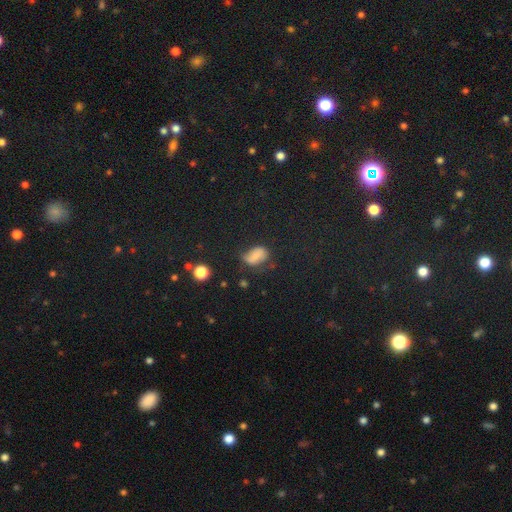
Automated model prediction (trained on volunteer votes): smooth-or-featured: smooth: 62% | featured or disk: 21% | star or artifact: 17%
  how-rounded: in between: 79% | round: 19% | cigar-shaped: 2%
  merging: none: 47% | minor disturbance: 32% | major disturbance: 17% | merger: 4%